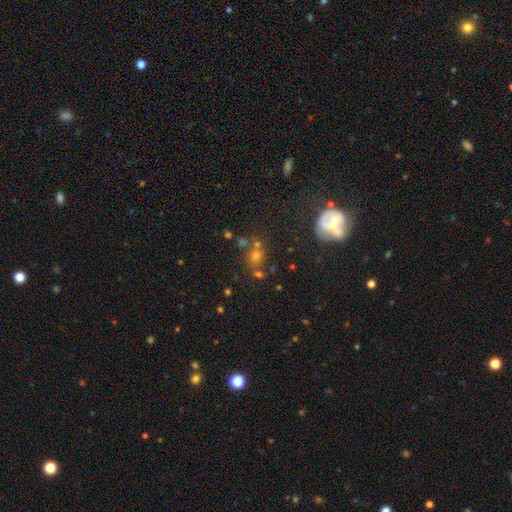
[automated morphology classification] Q: Smooth or featured?
A: smooth (50%); runner-up: star or artifact (29%)
Q: Merging?
A: none (56%); runner-up: merger (25%)